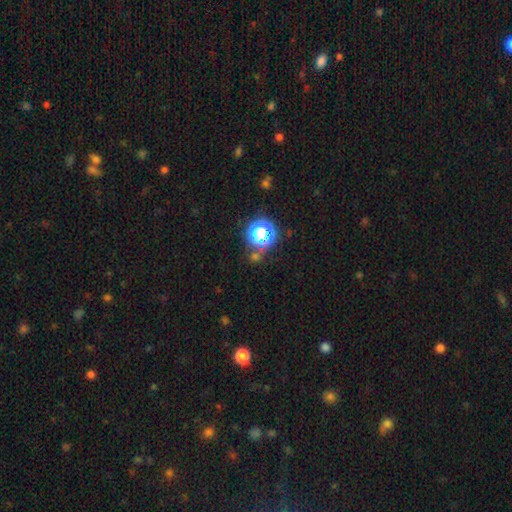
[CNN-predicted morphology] Overall: star or artifact (59%; smooth 33%).